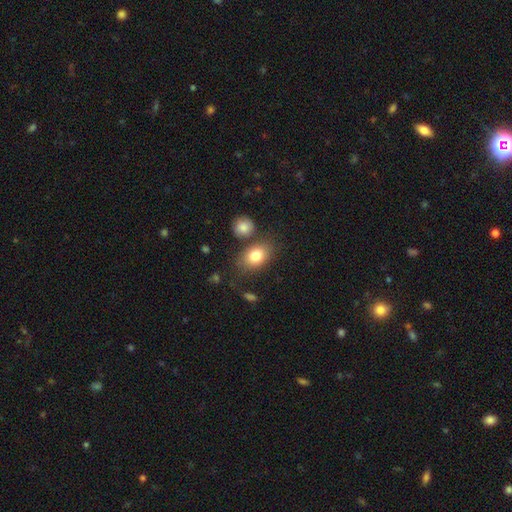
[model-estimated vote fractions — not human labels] Smooth or featured?
  - smooth: 81% *
  - featured or disk: 11%
  - star or artifact: 8%
How rounded?
  - in between: 77% *
  - round: 21%
  - cigar-shaped: 2%
Merging?
  - none: 68% *
  - minor disturbance: 15%
  - merger: 12%
  - major disturbance: 5%